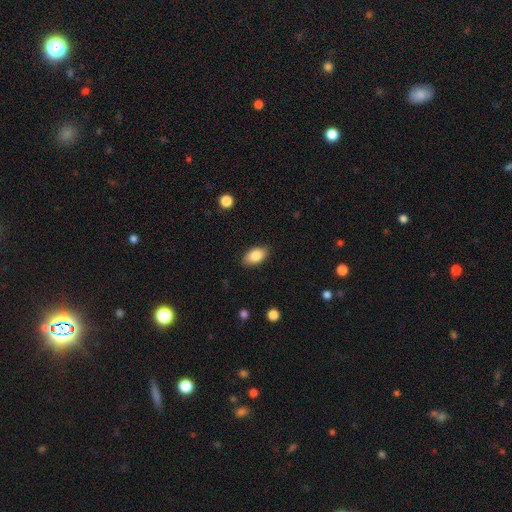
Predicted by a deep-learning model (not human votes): A smooth galaxy with no disk features (85%) that is in between round and cigar-shaped (93%). Merging: none (87%).